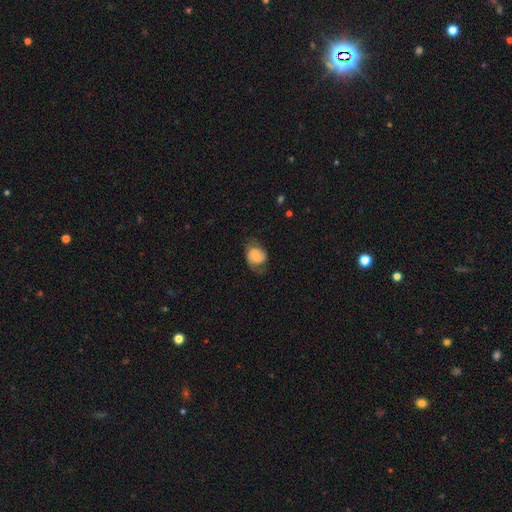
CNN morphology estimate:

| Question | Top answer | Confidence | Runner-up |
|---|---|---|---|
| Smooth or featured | smooth | 52% | featured or disk (40%) |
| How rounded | round | 52% | in between (47%) |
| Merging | none | 50% | minor disturbance (28%) |